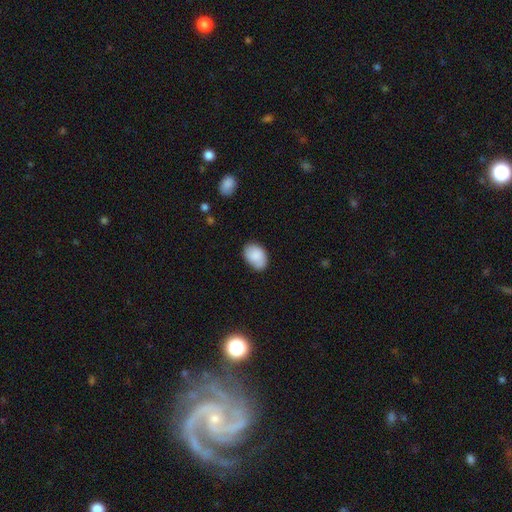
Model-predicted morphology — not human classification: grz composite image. It shows a smooth galaxy with no disk features (86%) that is in between round and cigar-shaped (84%). Merging: none (72%).